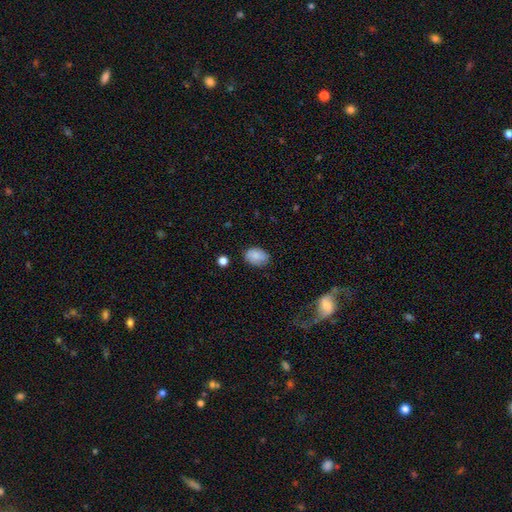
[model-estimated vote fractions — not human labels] A smooth galaxy with no disk features (85%) that is in between round and cigar-shaped (80%).

Vote fractions:
- Smooth or featured? smooth: 85% / star or artifact: 8% / featured or disk: 7%
- How rounded? in between: 80% / round: 19% / cigar-shaped: 1%
- Merging? none: 78% / minor disturbance: 17% / major disturbance: 3% / merger: 2%